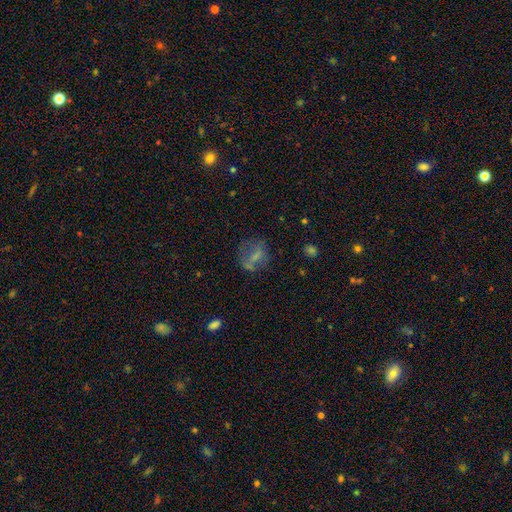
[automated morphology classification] The model was most divided on "smooth or featured": smooth: 49%, featured or disk: 37%, star or artifact: 14%. More confident: merging — none (57%).